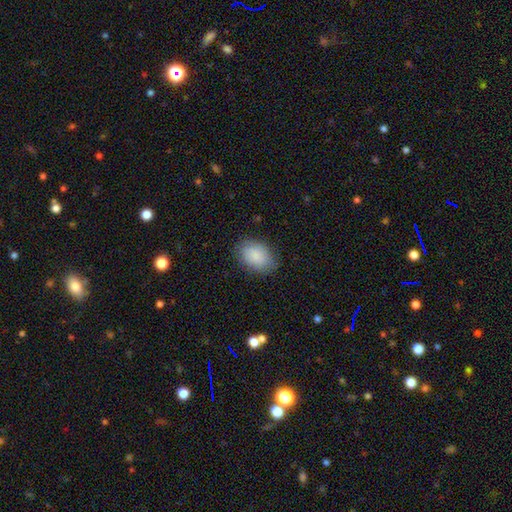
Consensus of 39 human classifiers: Morphology: type=smooth (87%); roundness=in between (91%); merging=none (95%).